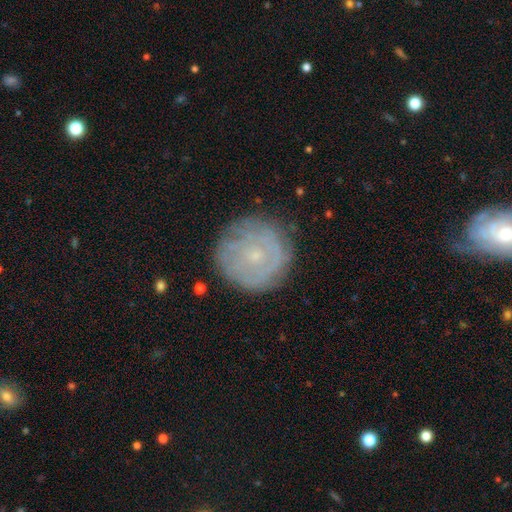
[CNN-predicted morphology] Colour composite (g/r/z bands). It shows a featured or disk galaxy (58%) with no bar (83%), spiral arms (70%) and a small central bulge (81%). Merging: none (80%).